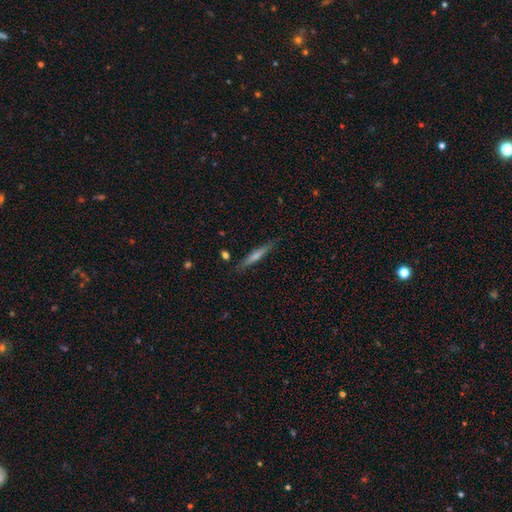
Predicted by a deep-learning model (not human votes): Morphology: type=featured or disk (48%); merging=none (87%).